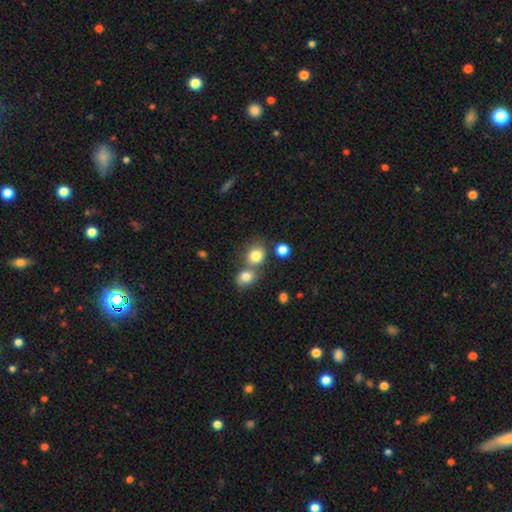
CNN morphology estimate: smooth_or_featured: smooth (p=0.81) [alt: star or artifact p=0.11]
how_rounded: round (p=0.71) [alt: in between p=0.28]
merging: none (p=0.48) [alt: merger p=0.38]